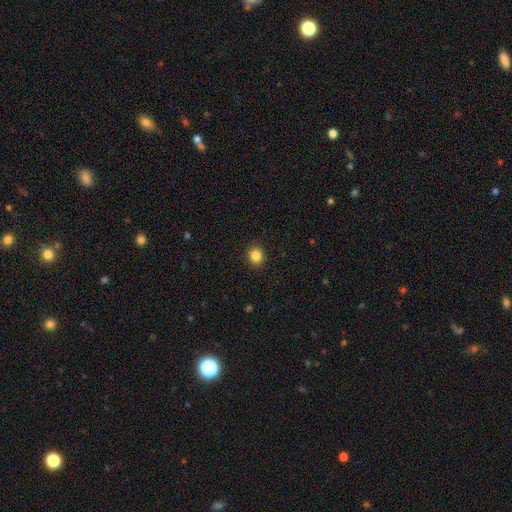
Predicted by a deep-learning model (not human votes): Smooth or featured? Predicted: smooth (p=0.85). How rounded? Predicted: round (p=0.84). Merging? Predicted: none (p=0.91).